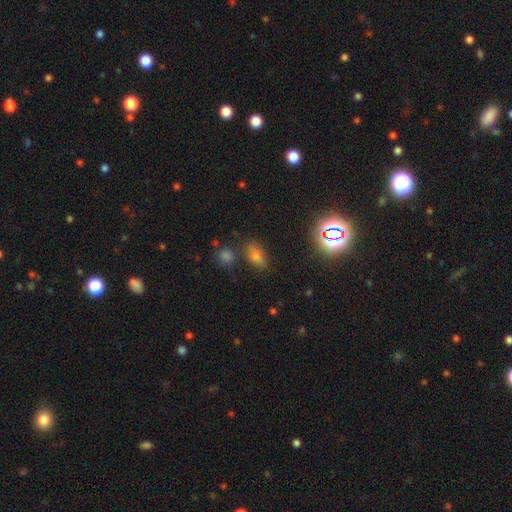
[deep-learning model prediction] Smooth or featured? Predicted: smooth (p=0.58). How rounded? Predicted: in between (p=0.76). Merging? Predicted: none (p=0.75).